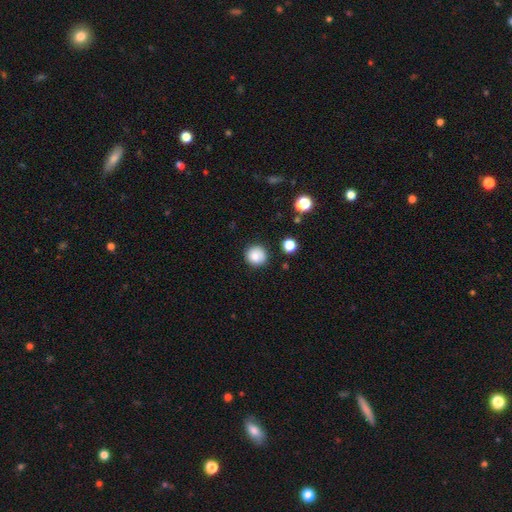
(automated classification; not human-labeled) smooth 84%, star or artifact 10%, featured or disk 6%. Down the decision tree: how rounded — round (93%); merging — none (86%).